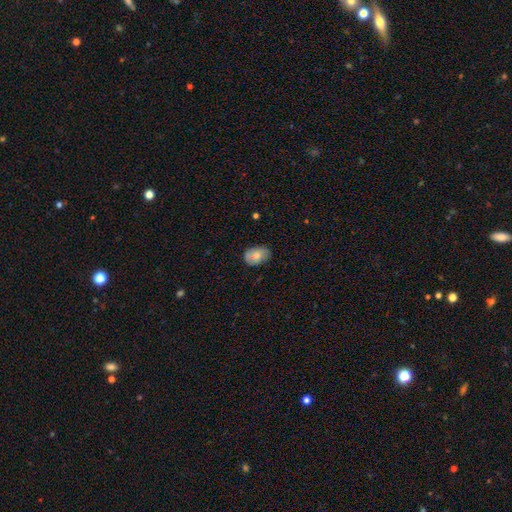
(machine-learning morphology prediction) A smooth galaxy with no disk features (74%) that is in between round and cigar-shaped (86%).

Vote fractions:
- Smooth or featured? smooth: 74% / featured or disk: 18% / star or artifact: 8%
- How rounded? in between: 86% / round: 13% / cigar-shaped: 1%
- Merging? none: 71% / minor disturbance: 22% / major disturbance: 5% / merger: 2%